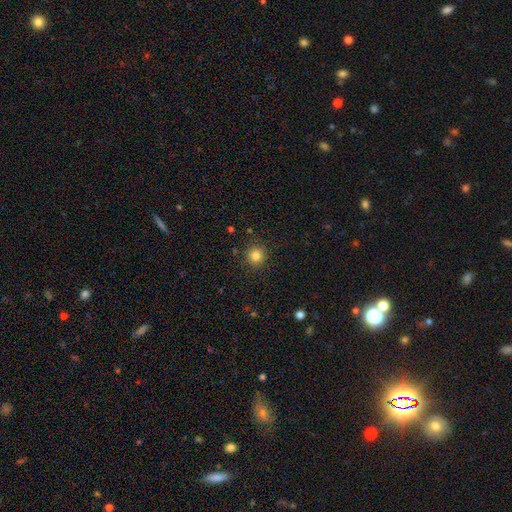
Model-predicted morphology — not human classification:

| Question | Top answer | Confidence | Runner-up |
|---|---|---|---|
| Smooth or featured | smooth | 81% | star or artifact (13%) |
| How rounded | round | 92% | in between (7%) |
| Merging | none | 89% | minor disturbance (7%) |